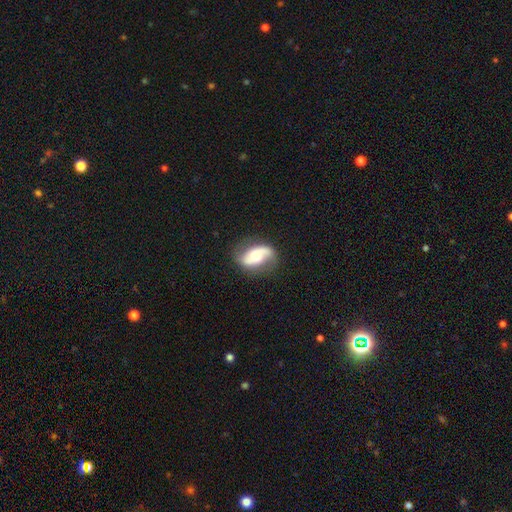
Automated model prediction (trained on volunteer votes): smooth-or-featured: featured or disk: 73% | smooth: 21% | star or artifact: 6%
  disk-edge-on: no: 95% | yes: 5%
    bar: no: 49% | weak: 30% | strong: 21%
    has-spiral-arms: yes: 88% | no: 12%
      spiral-winding: loose: 58% | medium: 31% | tight: 12%
      spiral-arm-count: 2: 88% | 1: 5% | can't tell: 4% | 3: 1% | 4: 1% | more than 4: 1%
    bulge-size: moderate: 63% | large: 20% | small: 12% | dominant: 3% | none: 1%
  merging: none: 76% | minor disturbance: 16% | major disturbance: 6% | merger: 1%